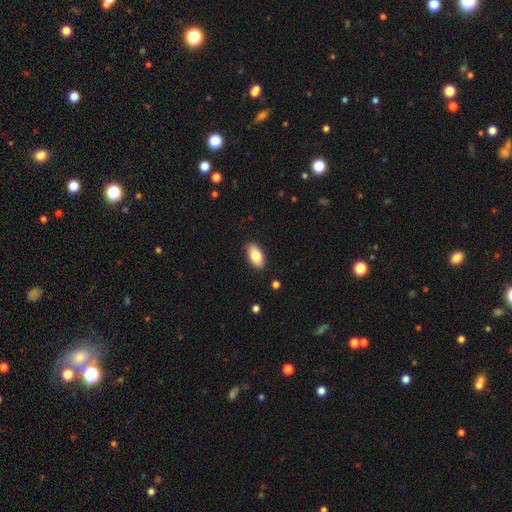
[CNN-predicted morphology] This is clearly a smooth galaxy (82%). How rounded: clearly in between (93%). Merging: clearly none (88%).